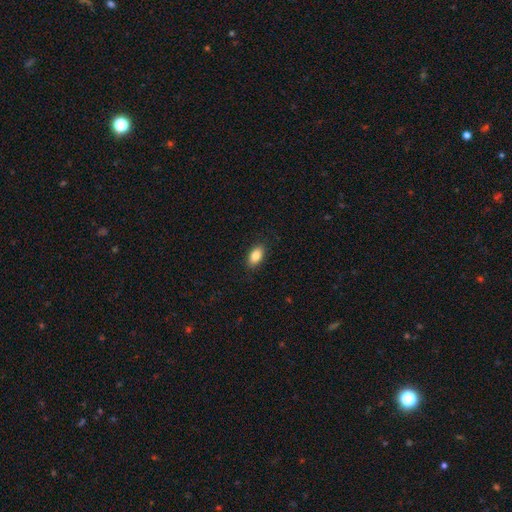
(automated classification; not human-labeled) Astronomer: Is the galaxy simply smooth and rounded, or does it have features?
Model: smooth — 85%.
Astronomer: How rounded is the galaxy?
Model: in between — 92%.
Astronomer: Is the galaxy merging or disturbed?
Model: none — 88%.